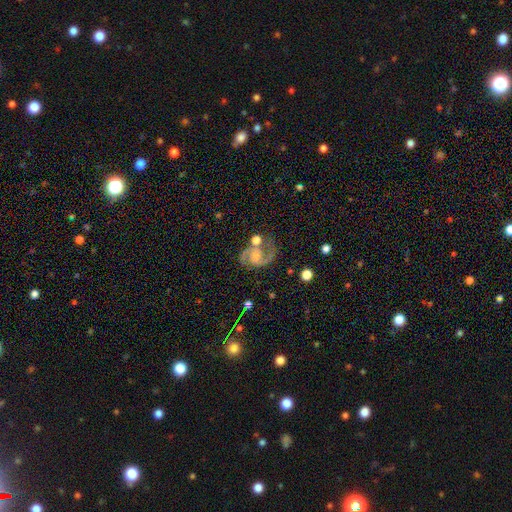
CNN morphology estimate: smooth_or_featured: featured or disk (p=0.88) [alt: smooth p=0.06]
disk_edge_on: no (p=0.98) [alt: yes p=0.02]
bar: no (p=0.60) [alt: weak p=0.33]
has_spiral_arms: yes (p=0.97) [alt: no p=0.03]
spiral_winding: medium (p=0.60) [alt: loose p=0.23]
spiral_arm_count: 2 (p=0.91) [alt: 1 p=0.03]
bulge_size: small (p=0.46) [alt: moderate p=0.35]
merging: none (p=0.63) [alt: minor disturbance p=0.17]